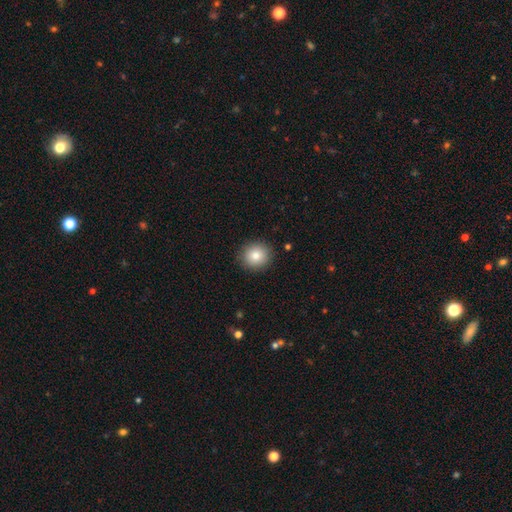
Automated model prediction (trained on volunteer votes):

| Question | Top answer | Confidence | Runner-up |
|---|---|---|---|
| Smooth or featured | smooth | 82% | star or artifact (9%) |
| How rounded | round | 88% | in between (11%) |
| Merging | none | 90% | minor disturbance (7%) |